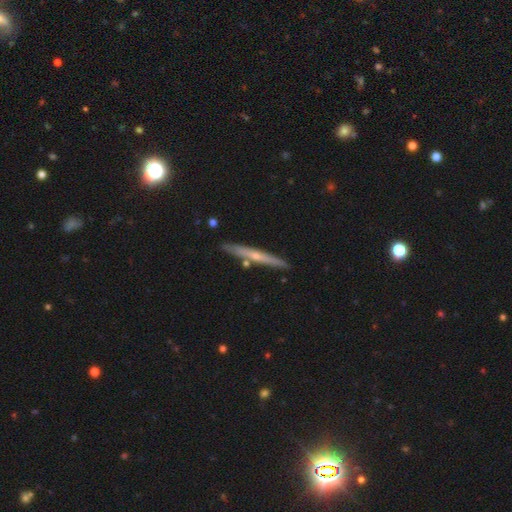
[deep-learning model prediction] featured or disk 59%, smooth 35%, star or artifact 6%. Down the decision tree: edge-on disk — yes (96%); edge-on bulge — rounded (52%); merging — none (87%).